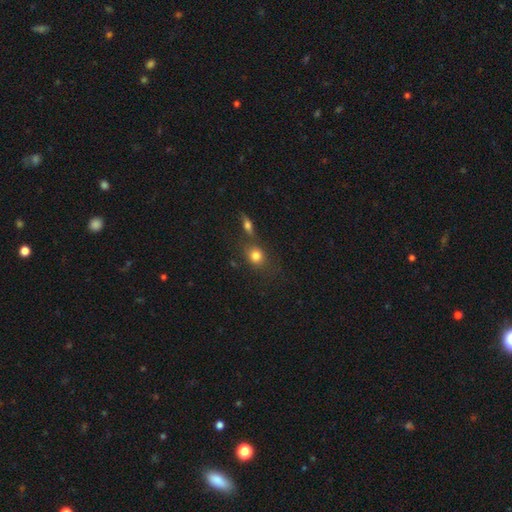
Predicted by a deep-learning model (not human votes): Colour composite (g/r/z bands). It shows a smooth galaxy with no disk features (79%) that is round (64%). Merging: none (61%).